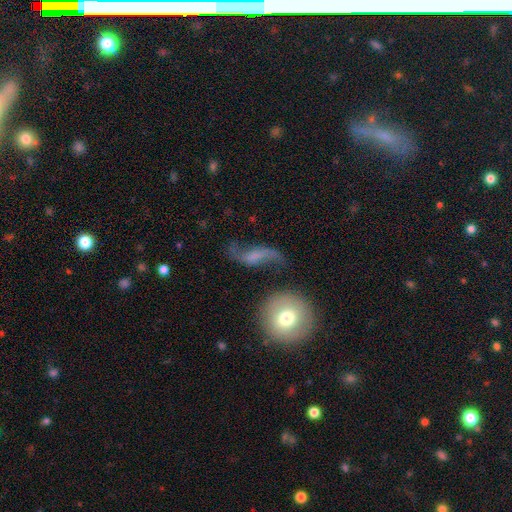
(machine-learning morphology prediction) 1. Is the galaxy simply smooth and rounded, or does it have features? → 71% featured or disk, 20% smooth, 9% star or artifact.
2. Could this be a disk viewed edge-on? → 94% no, 6% yes.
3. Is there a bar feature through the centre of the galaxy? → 42% weak, 39% no, 19% strong.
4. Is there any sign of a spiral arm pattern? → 90% yes, 10% no.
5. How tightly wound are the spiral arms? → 89% loose, 9% medium, 3% tight.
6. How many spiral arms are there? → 91% 2, 4% 1, 2% can't tell, 1% 3, 1% 4, 1% more than 4.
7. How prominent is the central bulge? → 38% none, 31% small, 23% moderate, 6% large, 2% dominant.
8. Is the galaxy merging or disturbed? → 56% none, 20% minor disturbance, 18% major disturbance, 6% merger.